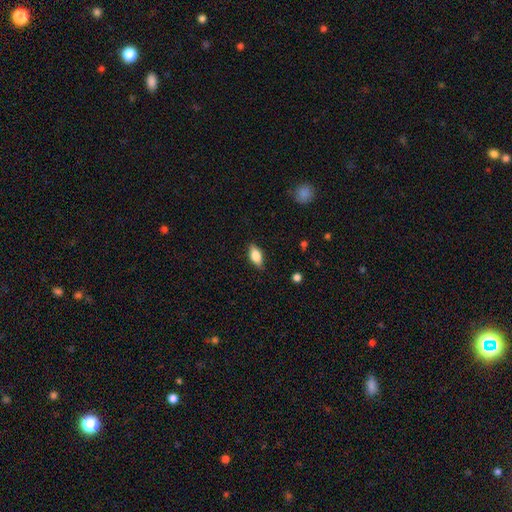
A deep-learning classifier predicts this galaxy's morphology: The model was most divided on "smooth or featured": smooth: 78%, featured or disk: 15%, star or artifact: 7%. More confident: how rounded — in between (87%); merging — none (84%).